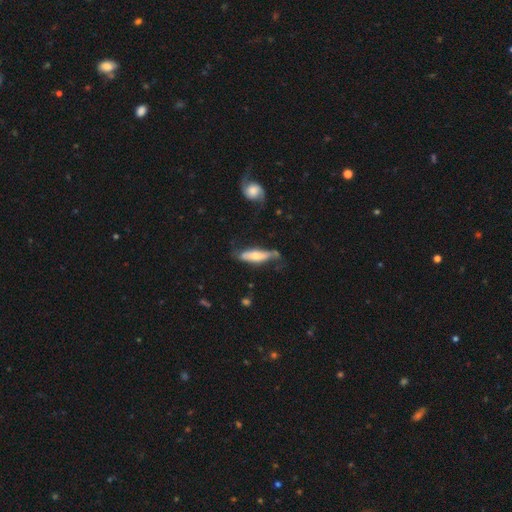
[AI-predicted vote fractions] smooth-or-featured: smooth: 56% | featured or disk: 38% | star or artifact: 6%
  how-rounded: cigar-shaped: 60% | in between: 38% | round: 2%
  merging: none: 50% | minor disturbance: 29% | major disturbance: 14% | merger: 6%